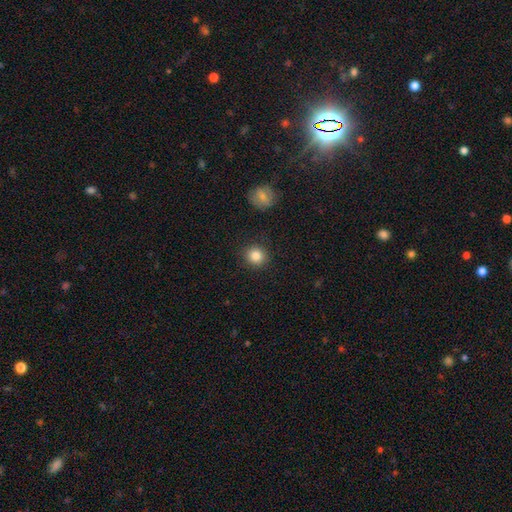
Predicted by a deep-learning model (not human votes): A smooth galaxy with no disk features (85%) that is round (86%). Merging: none (89%).